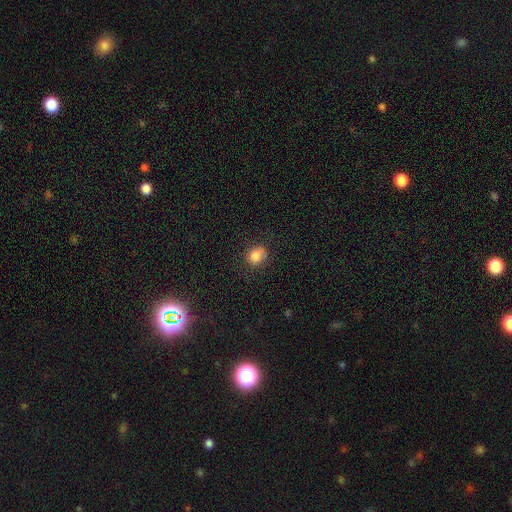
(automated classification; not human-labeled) Morphology: type=smooth (82%); roundness=round (68%); merging=none (78%).